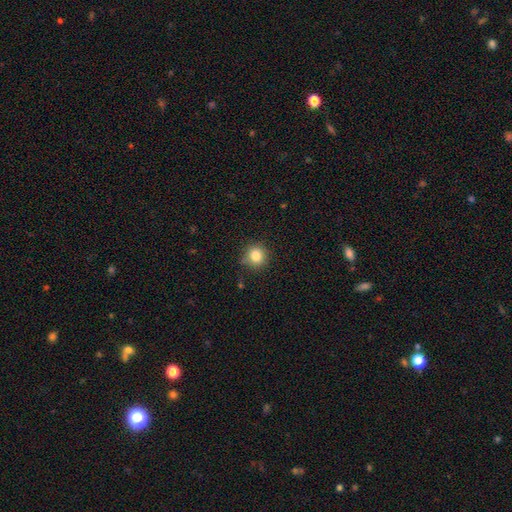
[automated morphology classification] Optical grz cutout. It shows a smooth galaxy with no disk features (83%) that is round (90%). Merging: none (84%).